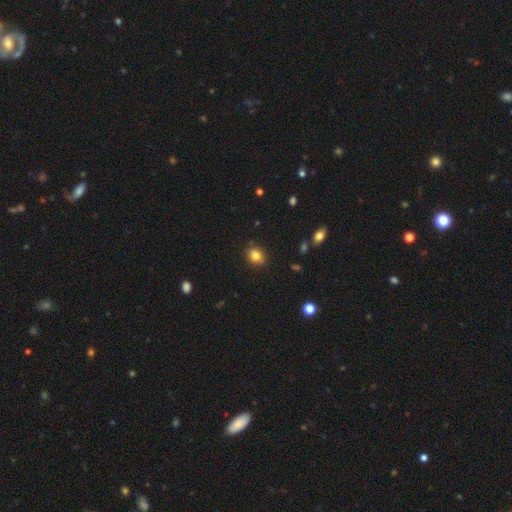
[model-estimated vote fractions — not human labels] Morphology: type=smooth (79%); roundness=round (50%); merging=none (80%).